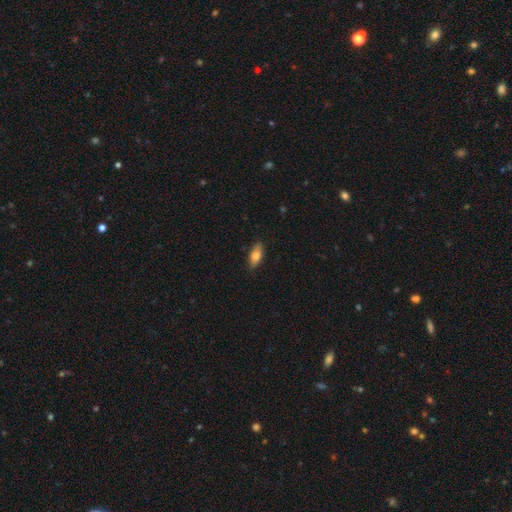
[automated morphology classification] This is likely a smooth galaxy (79%). How rounded: clearly in between (83%). Merging: clearly none (86%).